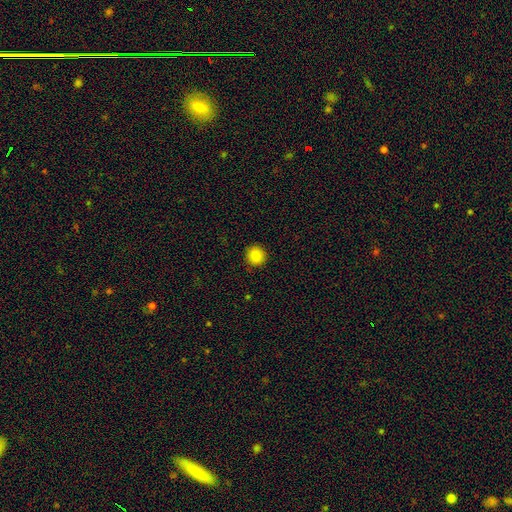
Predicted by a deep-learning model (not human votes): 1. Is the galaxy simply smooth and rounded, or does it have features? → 86% smooth, 10% star or artifact, 4% featured or disk.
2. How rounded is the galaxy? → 92% round, 7% in between, 1% cigar-shaped.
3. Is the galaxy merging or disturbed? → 91% none, 6% minor disturbance, 2% major disturbance, 1% merger.